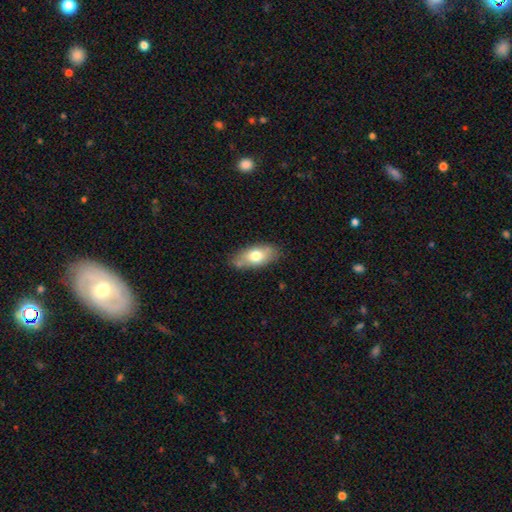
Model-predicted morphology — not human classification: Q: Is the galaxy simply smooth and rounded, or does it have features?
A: smooth — 71%.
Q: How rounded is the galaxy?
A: in between — 88%.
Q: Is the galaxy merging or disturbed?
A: none — 77%.